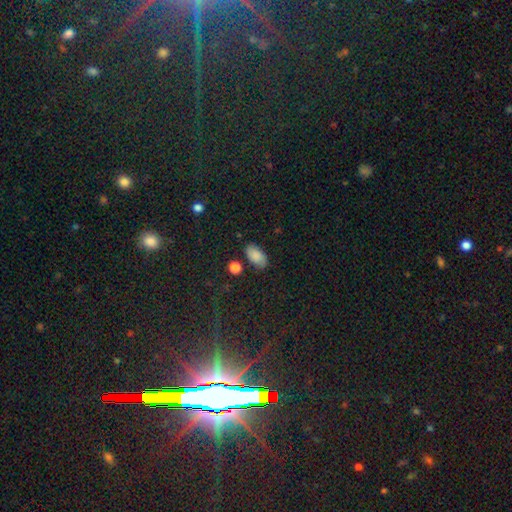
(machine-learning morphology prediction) Smooth or featured? Predicted: smooth (p=0.78). How rounded? Predicted: in between (p=0.92). Merging? Predicted: none (p=0.75).